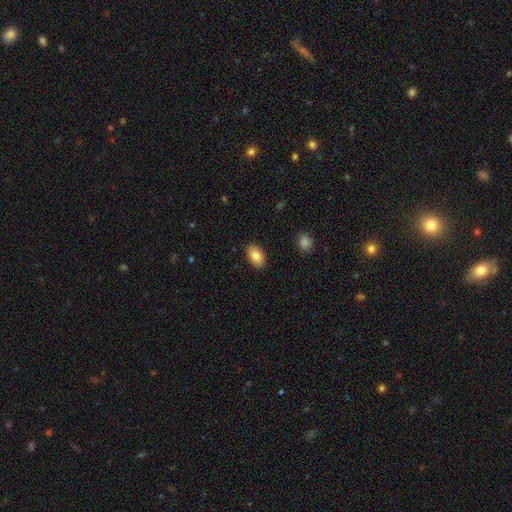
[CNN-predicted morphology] Q: Smooth or featured?
A: smooth (83%); runner-up: featured or disk (10%)
Q: How rounded?
A: in between (92%); runner-up: round (6%)
Q: Merging?
A: none (88%); runner-up: minor disturbance (9%)